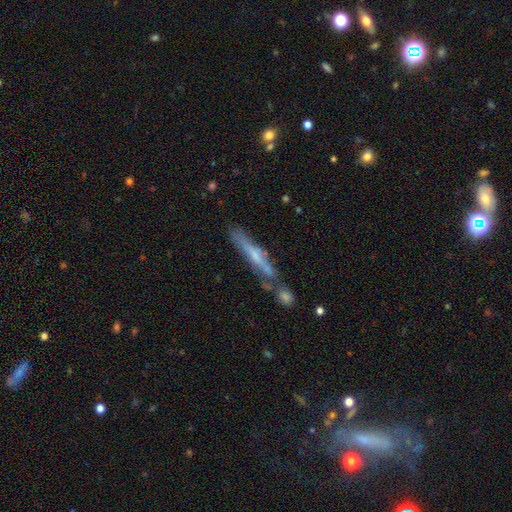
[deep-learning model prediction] Morphology: type=featured or disk (55%); edge-on=yes (84%); merging=none (54%).